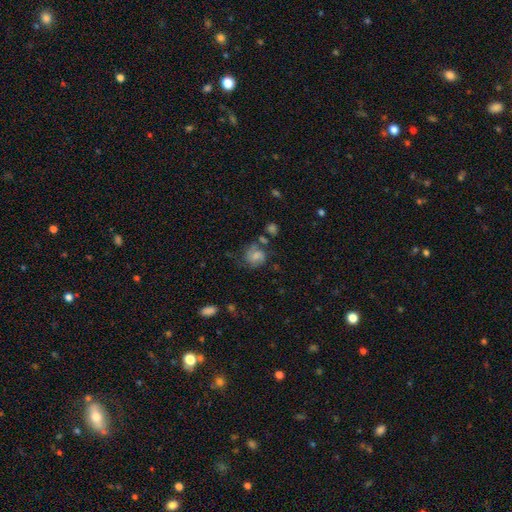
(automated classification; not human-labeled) smooth-or-featured: smooth: 50% | featured or disk: 40% | star or artifact: 11%
  merging: none: 44% | minor disturbance: 25% | major disturbance: 21% | merger: 11%